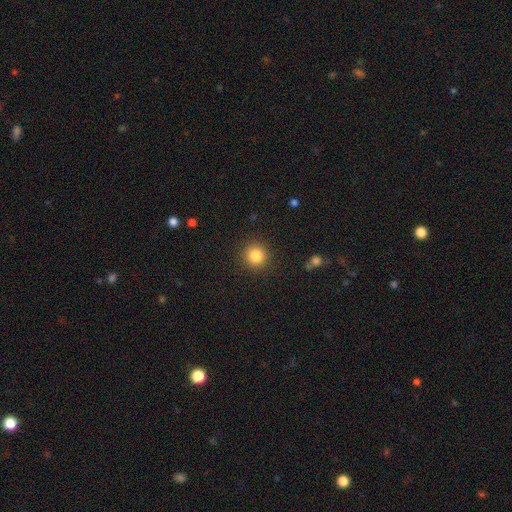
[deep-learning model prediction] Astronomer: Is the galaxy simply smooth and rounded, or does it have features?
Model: smooth — 85%.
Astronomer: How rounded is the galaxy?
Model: round — 93%.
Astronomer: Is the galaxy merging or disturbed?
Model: none — 90%.